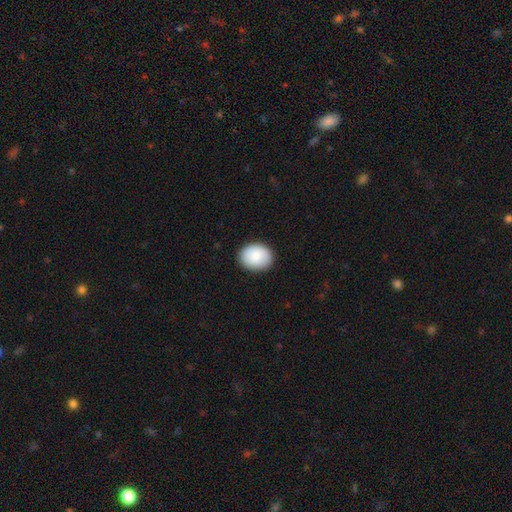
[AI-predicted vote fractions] Overall: smooth (87%). How rounded: in between (52%; round 47%). Merging: none (88%).